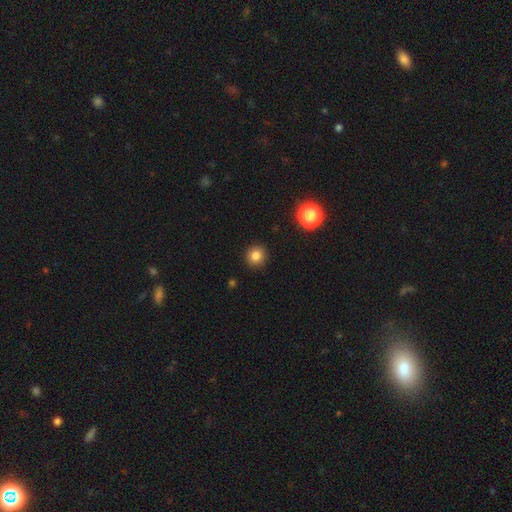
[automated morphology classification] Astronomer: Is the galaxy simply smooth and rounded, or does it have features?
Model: smooth — 82%.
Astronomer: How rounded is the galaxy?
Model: round — 92%.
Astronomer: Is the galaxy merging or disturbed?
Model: none — 92%.